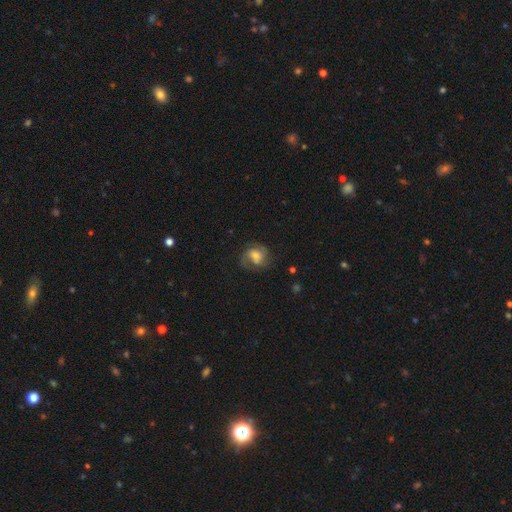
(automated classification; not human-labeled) smooth_or_featured: featured or disk (p=0.61) [alt: smooth p=0.31]
disk_edge_on: no (p=0.98) [alt: yes p=0.02]
bar: no (p=0.56) [alt: weak p=0.36]
has_spiral_arms: yes (p=0.85) [alt: no p=0.15]
spiral_winding: medium (p=0.48) [alt: tight p=0.26]
spiral_arm_count: 2 (p=0.48) [alt: can't tell p=0.19]
bulge_size: moderate (p=0.50) [alt: small p=0.27]
merging: none (p=0.56) [alt: minor disturbance p=0.21]